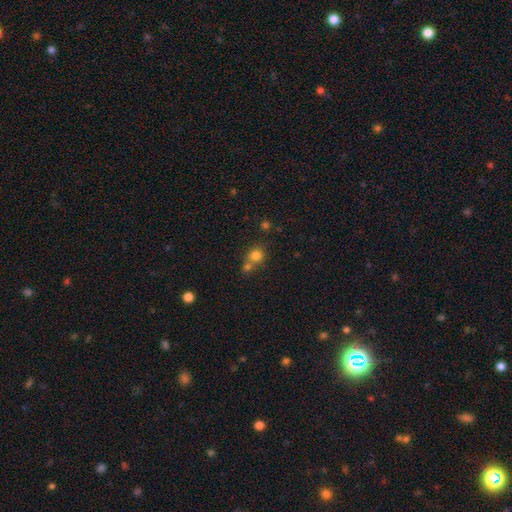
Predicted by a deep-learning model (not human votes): Smooth or featured?
  - smooth: 77% *
  - star or artifact: 14%
  - featured or disk: 9%
How rounded?
  - round: 85% *
  - in between: 14%
  - cigar-shaped: 1%
Merging?
  - none: 47% *
  - merger: 42%
  - minor disturbance: 8%
  - major disturbance: 3%